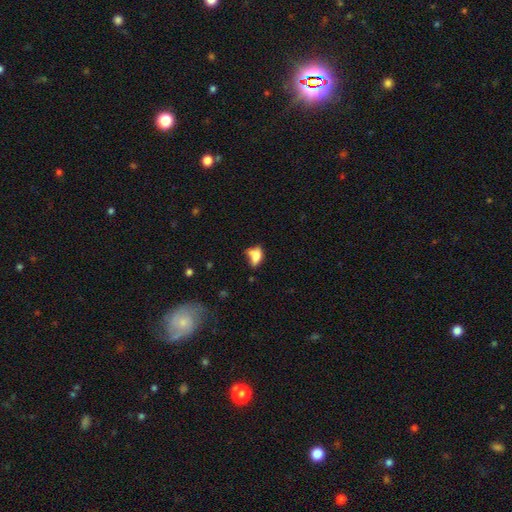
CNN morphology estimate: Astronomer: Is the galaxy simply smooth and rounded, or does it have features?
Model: smooth — 67%.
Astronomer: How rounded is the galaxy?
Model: in between — 80%.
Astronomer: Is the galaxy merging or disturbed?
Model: none — 31% (runner-up: minor disturbance, 26%).